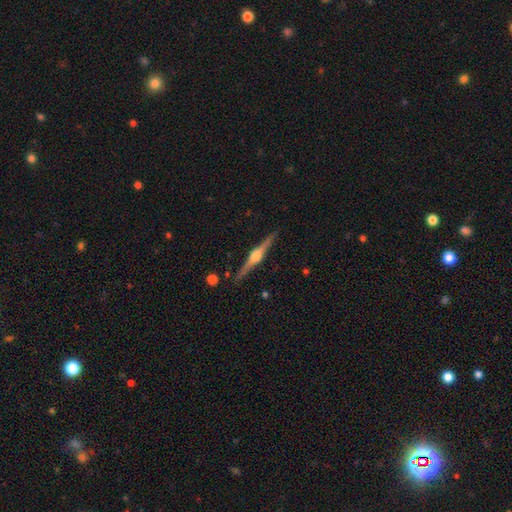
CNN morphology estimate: smooth_or_featured: featured or disk (p=0.84) [alt: smooth p=0.11]
disk_edge_on: yes (p=0.98) [alt: no p=0.02]
edge_on_bulge: rounded (p=0.93) [alt: boxy p=0.05]
merging: none (p=0.90) [alt: minor disturbance p=0.07]